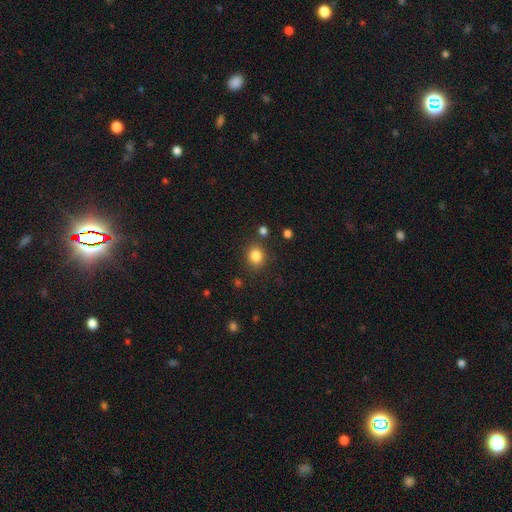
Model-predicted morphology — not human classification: smooth_or_featured: smooth (p=0.84) [alt: star or artifact p=0.11]
how_rounded: round (p=0.74) [alt: in between p=0.25]
merging: none (p=0.84) [alt: minor disturbance p=0.09]